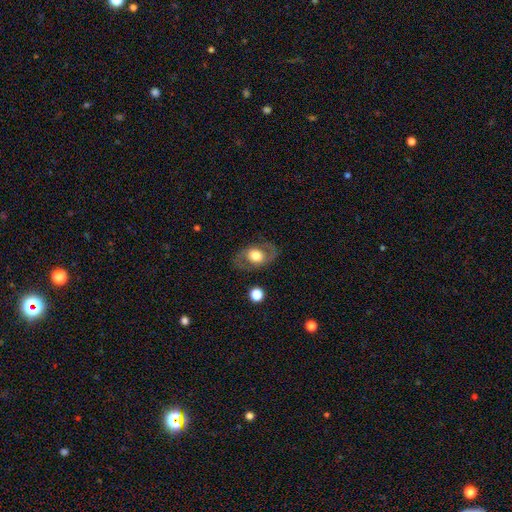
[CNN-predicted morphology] This appears to be a featured or disk galaxy (58%) with no bar (75%), spiral arms (56%) and a moderate central bulge (46%). Merging: none (78%).